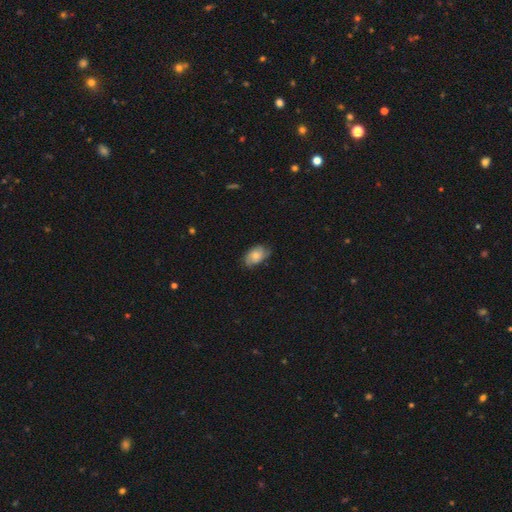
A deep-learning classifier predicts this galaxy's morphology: The model was most divided on "smooth or featured": smooth: 55%, featured or disk: 37%, star or artifact: 8%. More confident: how rounded — in between (87%); merging — none (66%).